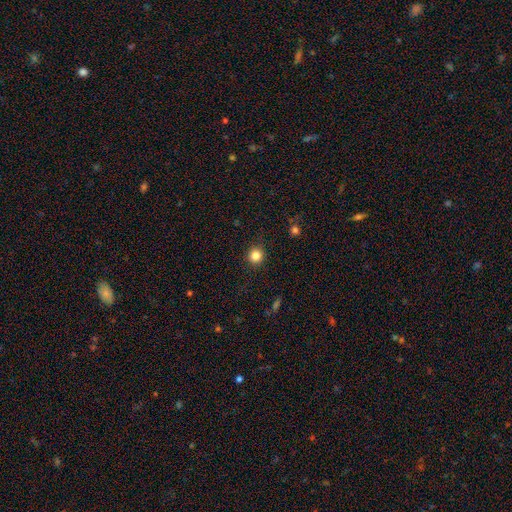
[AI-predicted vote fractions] smooth-or-featured: smooth: 83% | star or artifact: 12% | featured or disk: 5%
  how-rounded: round: 93% | in between: 6% | cigar-shaped: 1%
  merging: none: 90% | minor disturbance: 7% | major disturbance: 2% | merger: 1%